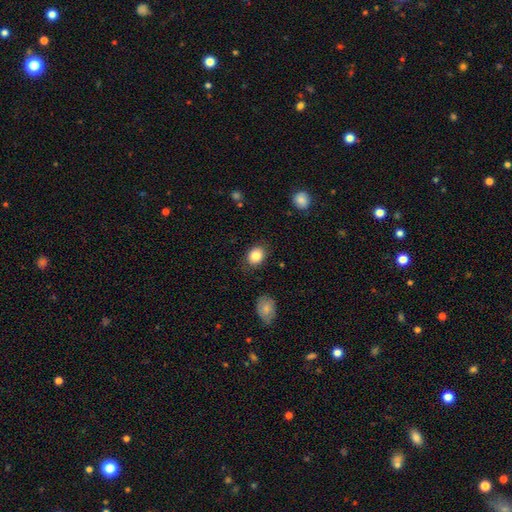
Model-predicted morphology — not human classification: This is clearly a smooth galaxy (85%). How rounded: possibly in between (52%). Merging: clearly none (82%).